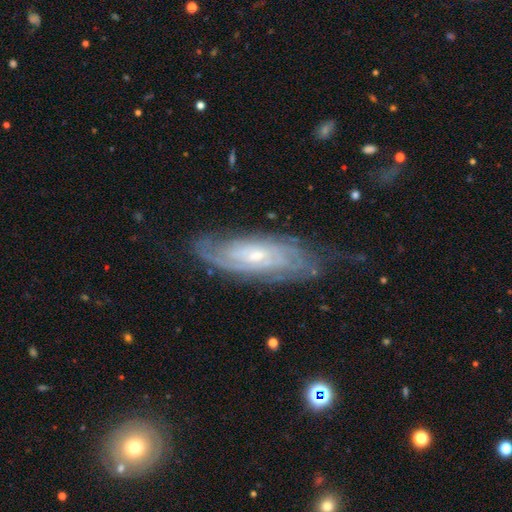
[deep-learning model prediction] This appears to be a featured or disk galaxy (83%) with no bar (63%), tight (73%) spiral arms (96%) and a small central bulge (66%). Merging: none (70%).